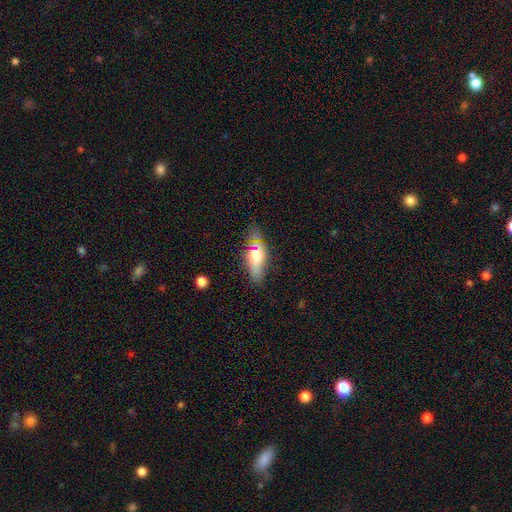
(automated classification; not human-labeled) Smooth or featured?
  - smooth: 59% *
  - featured or disk: 31%
  - star or artifact: 10%
How rounded?
  - in between: 65% *
  - cigar-shaped: 29%
  - round: 6%
Merging?
  - none: 72% *
  - minor disturbance: 20%
  - major disturbance: 6%
  - merger: 2%